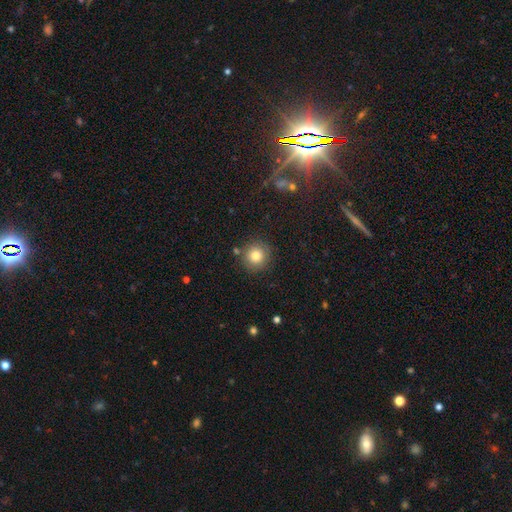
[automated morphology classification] Q: Smooth or featured?
A: smooth (81%); runner-up: star or artifact (11%)
Q: How rounded?
A: round (93%); runner-up: in between (6%)
Q: Merging?
A: none (85%); runner-up: minor disturbance (8%)